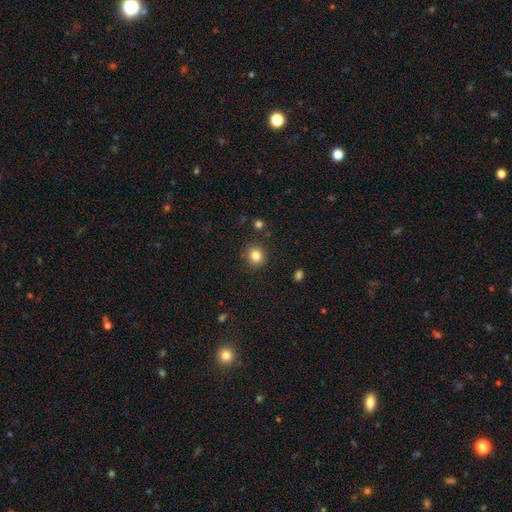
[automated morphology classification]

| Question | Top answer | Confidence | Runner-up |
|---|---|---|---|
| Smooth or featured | smooth | 83% | star or artifact (12%) |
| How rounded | round | 87% | in between (12%) |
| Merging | none | 88% | minor disturbance (8%) |